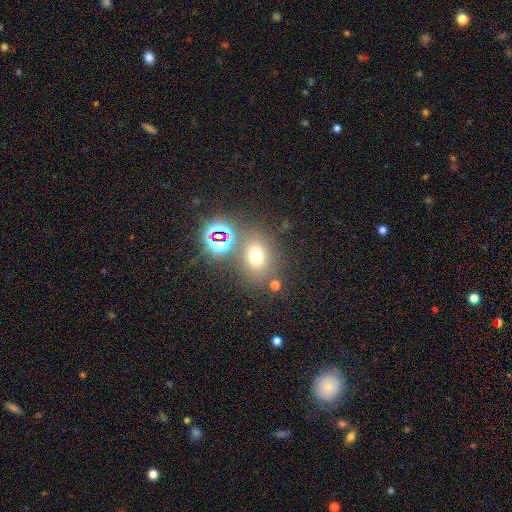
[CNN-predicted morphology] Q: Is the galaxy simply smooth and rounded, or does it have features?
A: smooth — 63%.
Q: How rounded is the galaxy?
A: round — 61%.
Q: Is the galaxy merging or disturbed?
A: none — 71%.